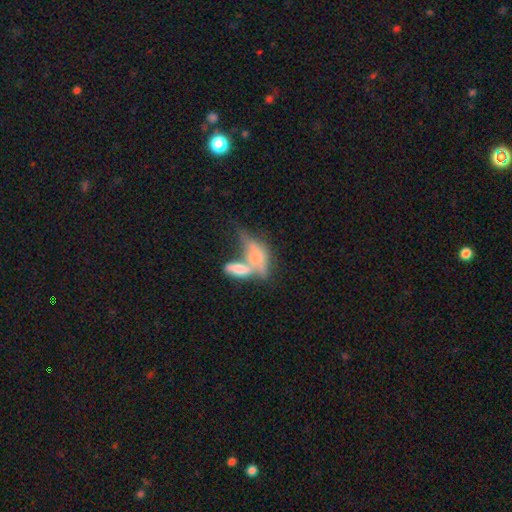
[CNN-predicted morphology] smooth 56%, featured or disk 35%, star or artifact 9%. Down the decision tree: how rounded — in between (73%); merging — merger (63%).